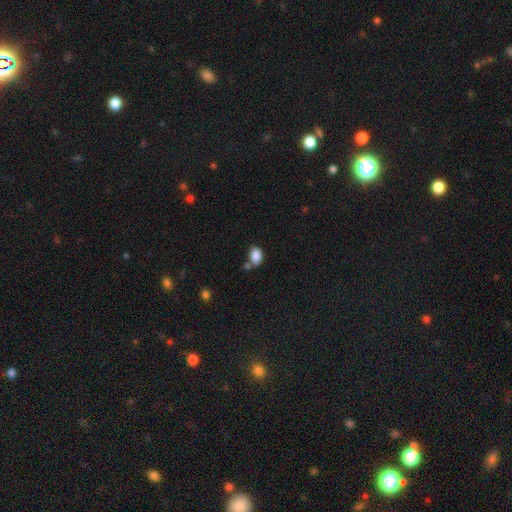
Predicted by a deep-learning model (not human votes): smooth 87%, star or artifact 9%, featured or disk 5%. Down the decision tree: how rounded — in between (81%); merging — none (59%).